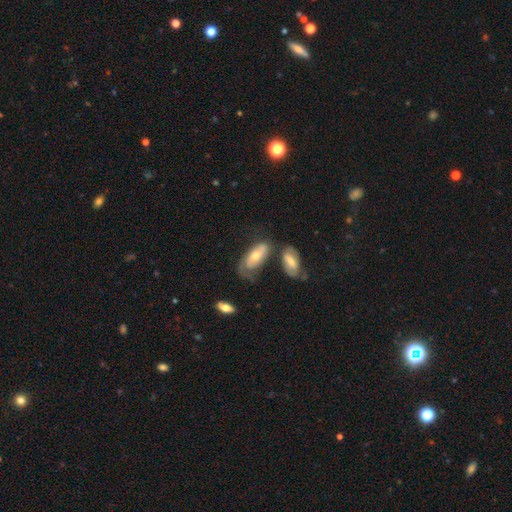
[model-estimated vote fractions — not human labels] smooth-or-featured: featured or disk: 50% | smooth: 42% | star or artifact: 8%
  disk-edge-on: no: 85% | yes: 15%
  merging: none: 37% | minor disturbance: 25% | major disturbance: 19% | merger: 19%